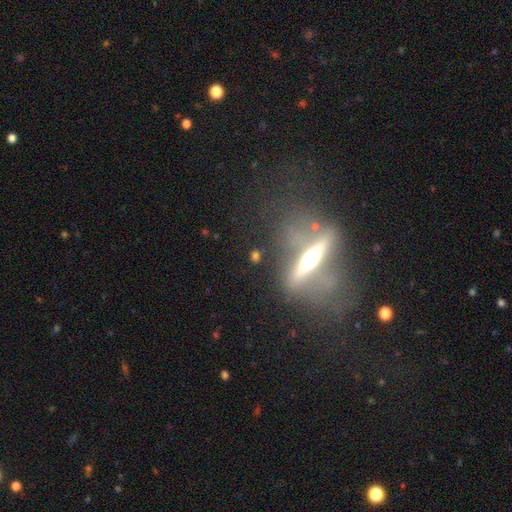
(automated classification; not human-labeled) This is marginally a smooth galaxy (41%). Merging: likely none (77%).